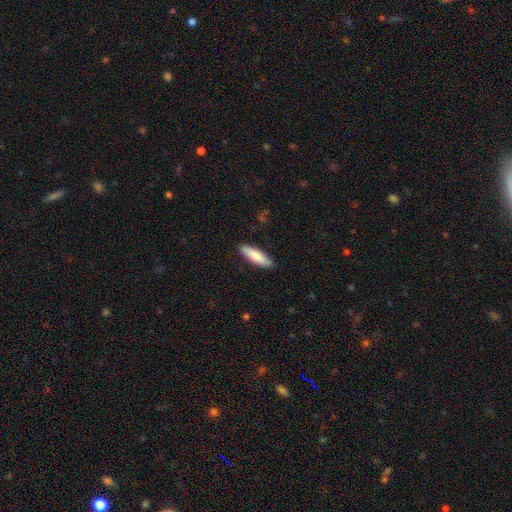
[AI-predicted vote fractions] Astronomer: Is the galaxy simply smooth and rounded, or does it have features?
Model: smooth — 84%.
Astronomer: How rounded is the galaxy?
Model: cigar-shaped — 59% (runner-up: in between, 39%).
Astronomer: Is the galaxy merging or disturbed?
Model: none — 88%.